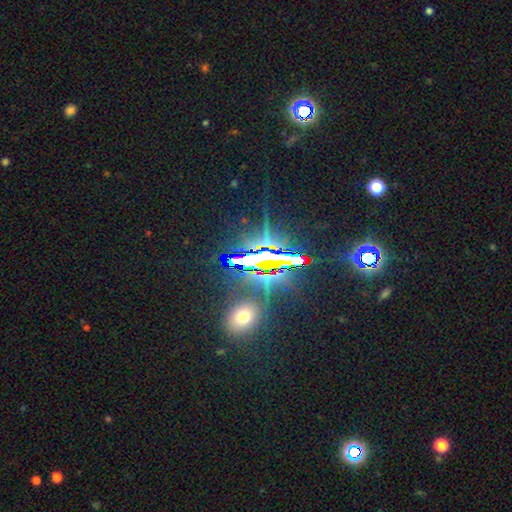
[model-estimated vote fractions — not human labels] This is likely a star or artifact rather than a galaxy (80%).